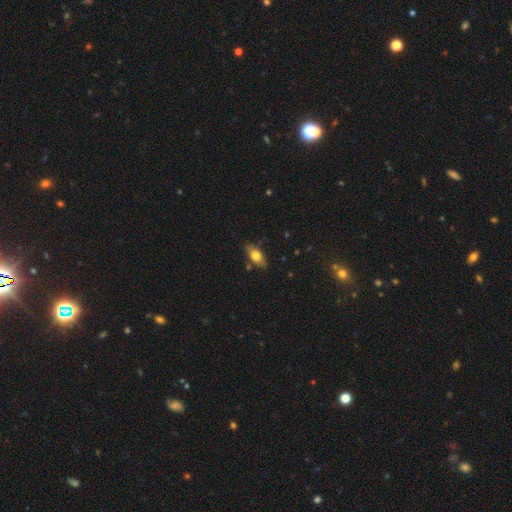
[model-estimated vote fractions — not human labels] Smooth or featured: smooth — 72% (featured or disk — 21%)
How rounded: in between — 84% (cigar-shaped — 12%)
Merging: none — 80% (minor disturbance — 14%)